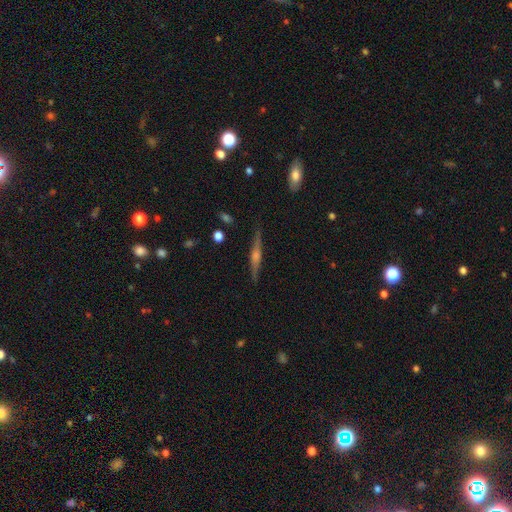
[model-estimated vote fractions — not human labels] The model was most divided on "smooth or featured": featured or disk: 78%, smooth: 15%, star or artifact: 7%. More confident: edge-on disk — yes (98%); merging — none (89%); edge-on bulge — rounded (83%).